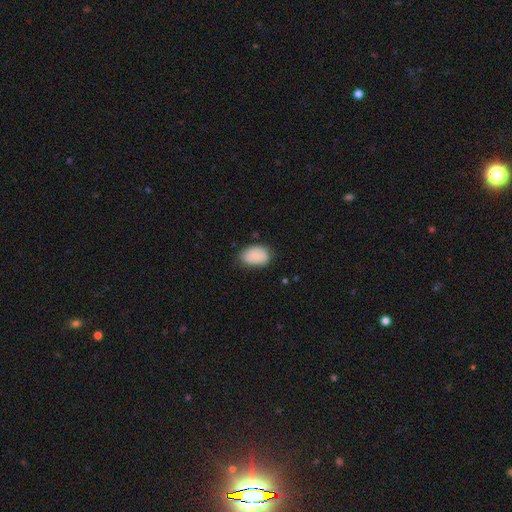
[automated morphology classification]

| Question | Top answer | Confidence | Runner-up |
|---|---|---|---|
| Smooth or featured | smooth | 81% | featured or disk (12%) |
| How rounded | in between | 87% | round (12%) |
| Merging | none | 67% | minor disturbance (27%) |